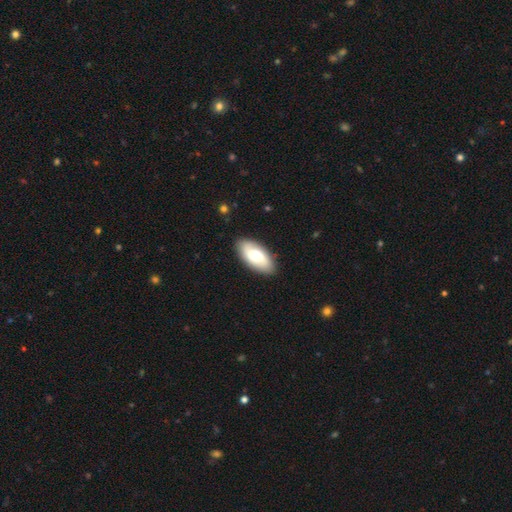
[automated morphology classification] A smooth galaxy with no disk features (64%) that is in between round and cigar-shaped (93%). Merging: none (89%).